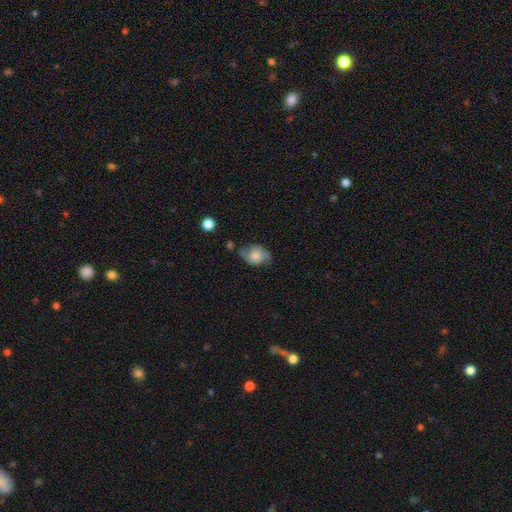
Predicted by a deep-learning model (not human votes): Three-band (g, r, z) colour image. It shows a smooth galaxy with no disk features (65%) that is in between round and cigar-shaped (55%). Merging: none (48%).